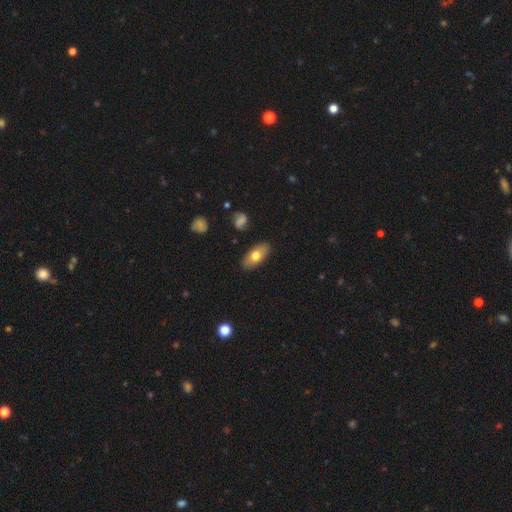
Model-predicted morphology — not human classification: Q: Smooth or featured?
A: smooth (70%); runner-up: featured or disk (24%)
Q: How rounded?
A: in between (87%); runner-up: cigar-shaped (8%)
Q: Merging?
A: none (86%); runner-up: minor disturbance (10%)